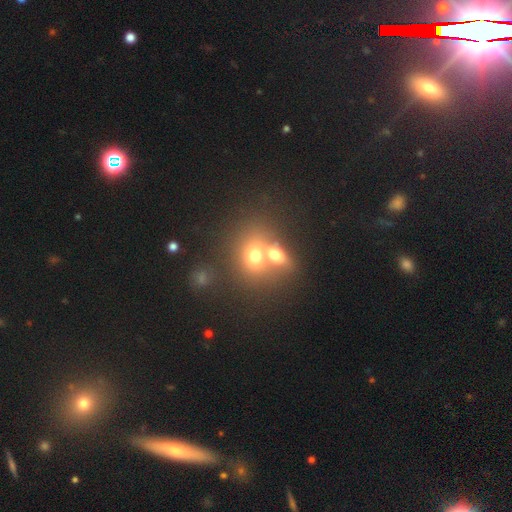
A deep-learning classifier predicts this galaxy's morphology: This is likely a smooth galaxy (68%). How rounded: possibly in between (50%). Merging: likely merger (63%).